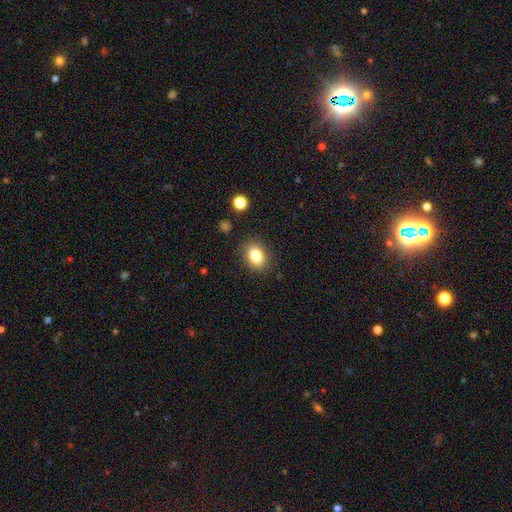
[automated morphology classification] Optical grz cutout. It shows a smooth galaxy with no disk features (83%) that is in between round and cigar-shaped (76%). Merging: none (86%).